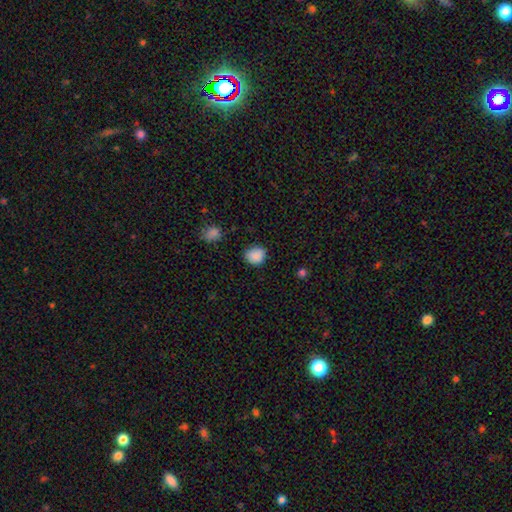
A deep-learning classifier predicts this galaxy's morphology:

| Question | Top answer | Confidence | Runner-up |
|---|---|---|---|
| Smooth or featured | smooth | 88% | star or artifact (9%) |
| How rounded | round | 71% | in between (28%) |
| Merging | none | 80% | minor disturbance (15%) |